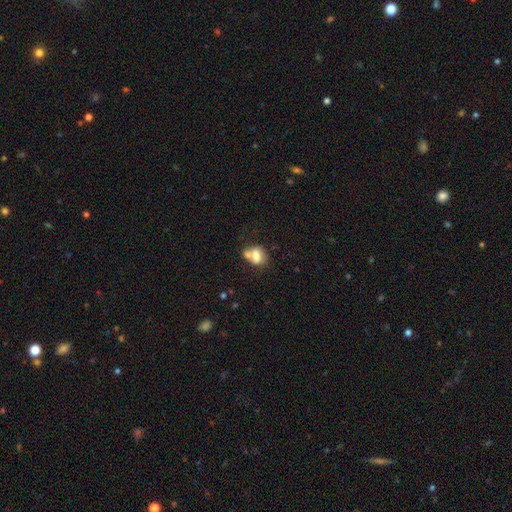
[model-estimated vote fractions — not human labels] A smooth galaxy with no disk features (68%) that is in between round and cigar-shaped (66%). Merging: merger (44%).